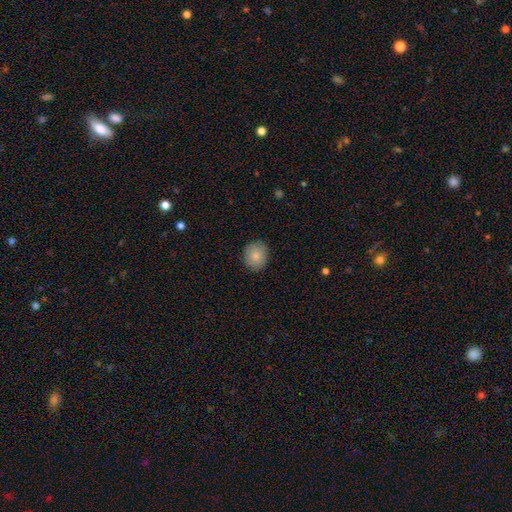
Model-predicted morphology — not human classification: Smooth or featured: smooth — 84% (featured or disk — 8%)
How rounded: round — 72% (in between — 27%)
Merging: none — 86% (minor disturbance — 11%)